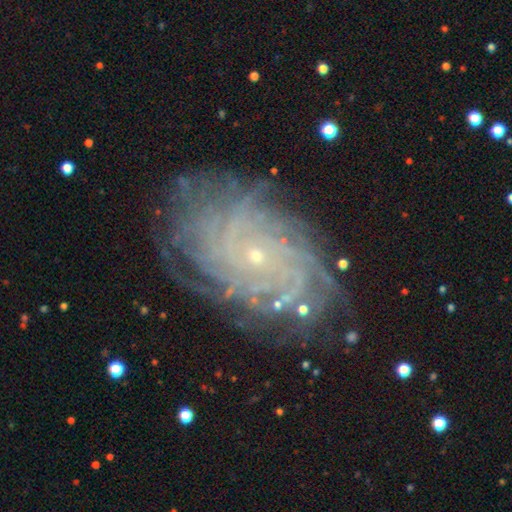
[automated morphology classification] smooth-or-featured: featured or disk: 82% | star or artifact: 9% | smooth: 8%
  disk-edge-on: no: 96% | yes: 4%
    bar: no: 81% | weak: 14% | strong: 4%
    has-spiral-arms: yes: 96% | no: 4%
      spiral-winding: tight: 80% | medium: 15% | loose: 5%
      spiral-arm-count: more than 4: 33% | can't tell: 29% | 4: 13% | 3: 9% | 2: 8% | 1: 8%
    bulge-size: small: 90% | moderate: 7% | none: 2% | large: 1% | dominant: 1%
  merging: none: 81% | minor disturbance: 13% | major disturbance: 5% | merger: 1%